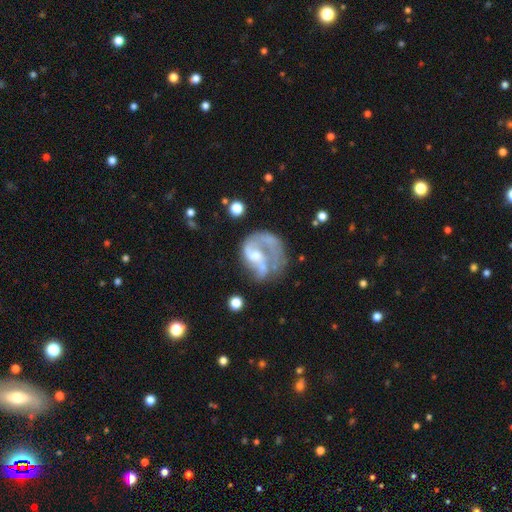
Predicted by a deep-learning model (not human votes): Smooth or featured? featured or disk (73%)
Edge-on disk? no (98%)
Bar? no (61%)
Spiral arms? yes (71%)
Spiral winding? loose (48%)
Spiral arm count? 1 (54%)
Bulge size? moderate (44%)
Merging? major disturbance (41%)